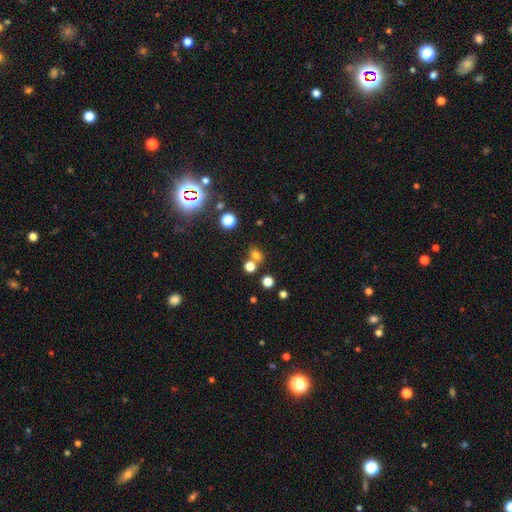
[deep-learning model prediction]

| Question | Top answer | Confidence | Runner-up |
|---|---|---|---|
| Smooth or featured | smooth | 67% | star or artifact (24%) |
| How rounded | round | 61% | in between (38%) |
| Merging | none | 56% | merger (31%) |